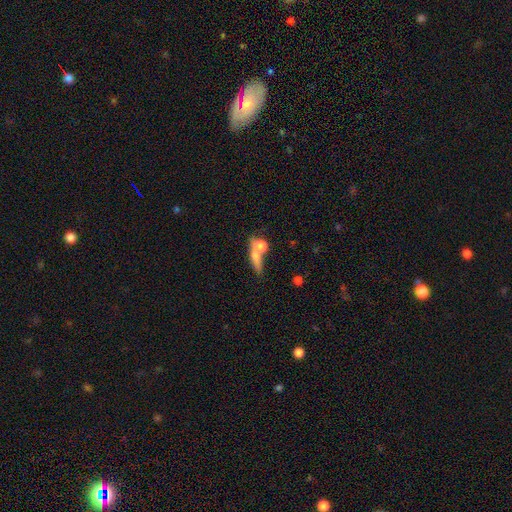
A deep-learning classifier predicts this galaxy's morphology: Smooth or featured?
  - smooth: 58% *
  - featured or disk: 31%
  - star or artifact: 11%
How rounded?
  - cigar-shaped: 43% *
  - round: 28%
  - in between: 28%
Merging?
  - none: 42% *
  - merger: 37%
  - minor disturbance: 11%
  - major disturbance: 9%